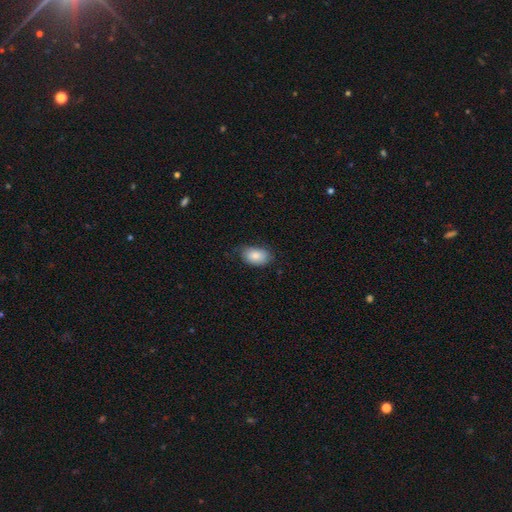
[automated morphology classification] Smooth or featured? smooth (82%)
How rounded? in between (90%)
Merging? none (64%)